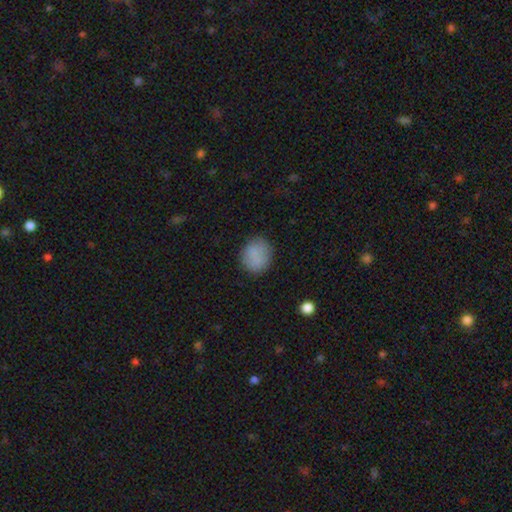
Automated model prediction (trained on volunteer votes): Smooth or featured?
  - smooth: 83% *
  - featured or disk: 9%
  - star or artifact: 9%
How rounded?
  - round: 68% *
  - in between: 31%
  - cigar-shaped: 1%
Merging?
  - none: 82% *
  - minor disturbance: 13%
  - major disturbance: 4%
  - merger: 2%